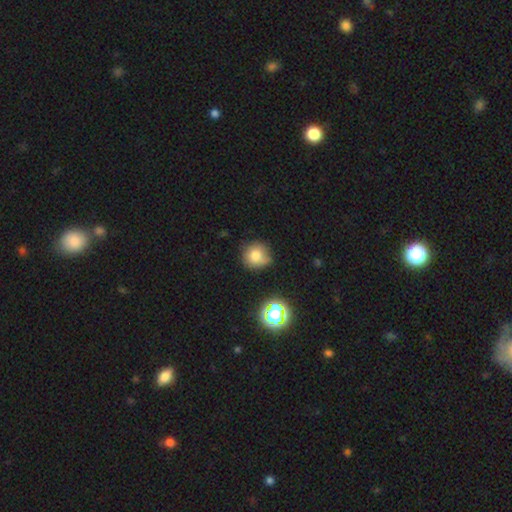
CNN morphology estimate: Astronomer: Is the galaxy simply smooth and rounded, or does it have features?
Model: smooth — 76%.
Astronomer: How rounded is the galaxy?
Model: round — 87%.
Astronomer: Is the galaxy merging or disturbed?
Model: none — 65%.